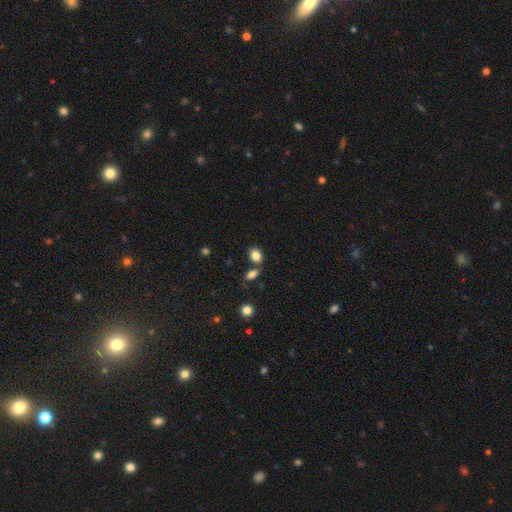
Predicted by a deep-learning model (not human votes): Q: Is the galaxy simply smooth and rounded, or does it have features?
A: smooth — 85%.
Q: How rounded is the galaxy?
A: in between — 63%.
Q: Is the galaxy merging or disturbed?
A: none — 66%.